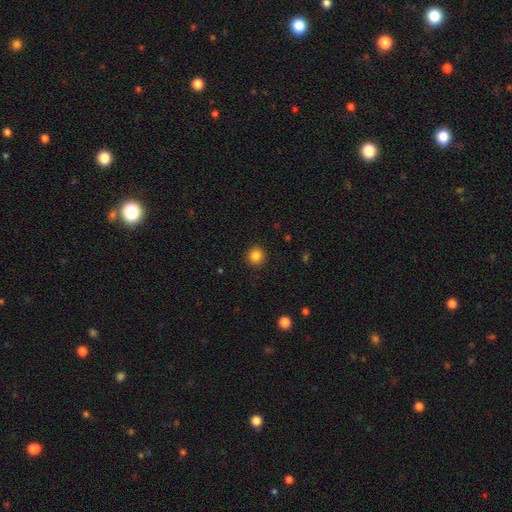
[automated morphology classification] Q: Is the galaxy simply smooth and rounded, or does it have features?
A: smooth — 84%.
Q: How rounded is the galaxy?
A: round — 93%.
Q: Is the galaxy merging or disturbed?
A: none — 92%.